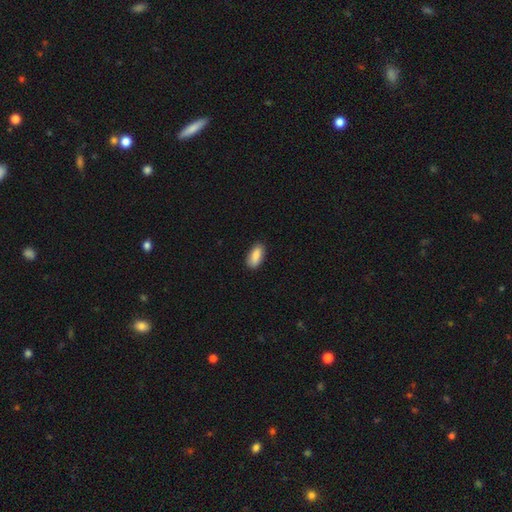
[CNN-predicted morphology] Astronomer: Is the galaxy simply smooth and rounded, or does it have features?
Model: smooth — 88%.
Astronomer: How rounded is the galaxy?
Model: in between — 88%.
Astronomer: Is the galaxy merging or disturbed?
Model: none — 87%.